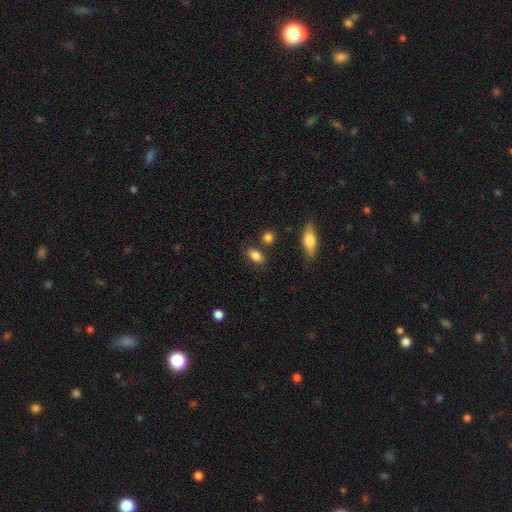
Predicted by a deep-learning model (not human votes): Q: Smooth or featured?
A: smooth (83%); runner-up: featured or disk (9%)
Q: How rounded?
A: in between (82%); runner-up: round (13%)
Q: Merging?
A: none (78%); runner-up: minor disturbance (12%)